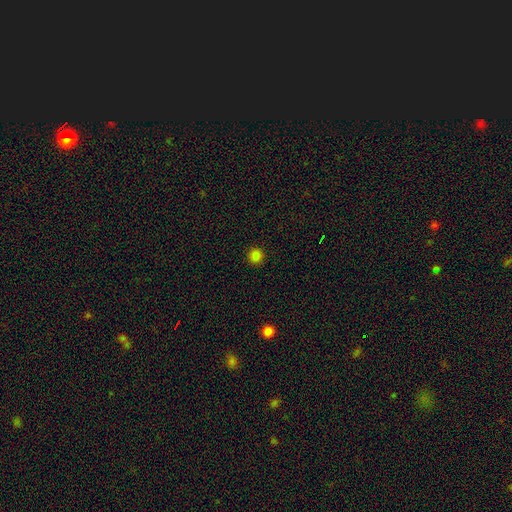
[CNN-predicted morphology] Smooth or featured? Predicted: smooth (p=0.83). How rounded? Predicted: round (p=0.95). Merging? Predicted: none (p=0.93).